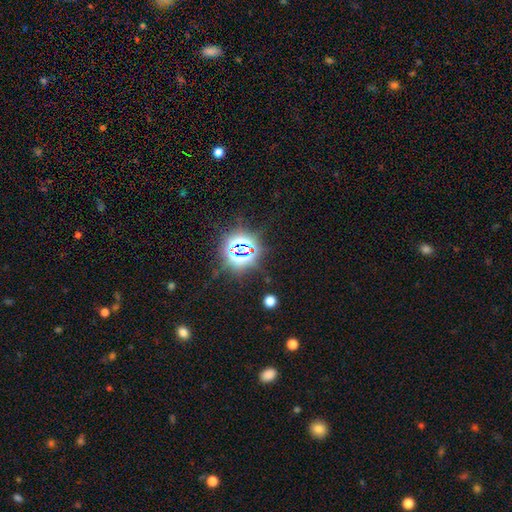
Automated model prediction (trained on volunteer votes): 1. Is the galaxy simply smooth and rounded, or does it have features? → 83% star or artifact, 11% smooth, 6% featured or disk.